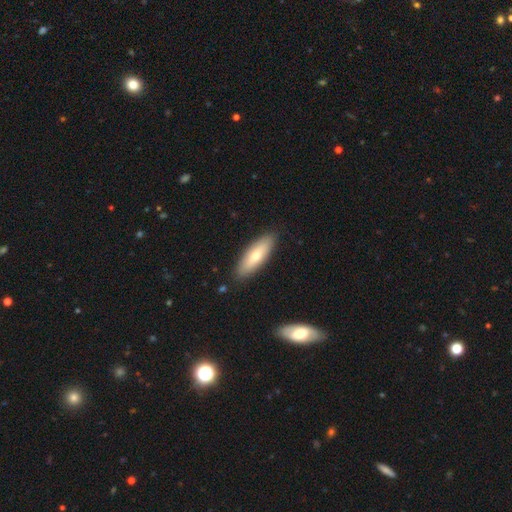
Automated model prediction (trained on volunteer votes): smooth 68%, featured or disk 26%, star or artifact 6%. Down the decision tree: how rounded — in between (57%); merging — none (87%).